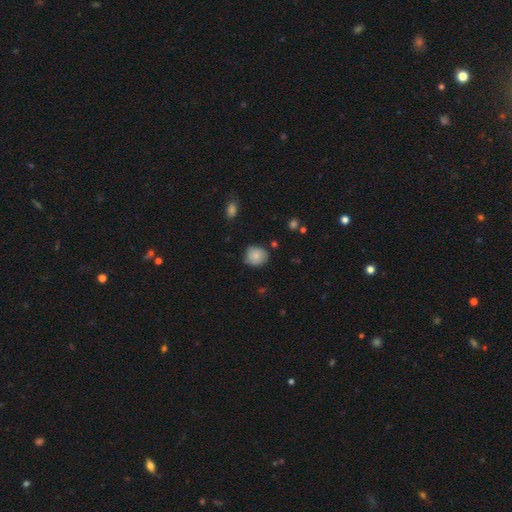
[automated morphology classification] smooth 82%, featured or disk 10%, star or artifact 8%. Down the decision tree: how rounded — round (82%); merging — none (73%).